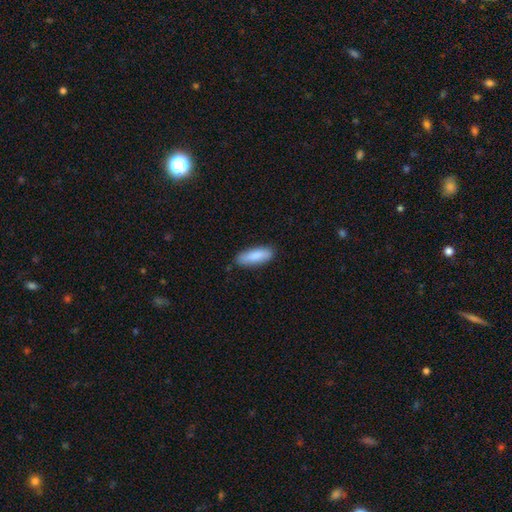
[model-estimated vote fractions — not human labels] A smooth galaxy with no disk features (87%) that is in between round and cigar-shaped (57%).

Vote fractions:
- Smooth or featured? smooth: 87% / featured or disk: 8% / star or artifact: 5%
- How rounded? in between: 57% / cigar-shaped: 42% / round: 2%
- Merging? none: 84% / minor disturbance: 13% / major disturbance: 2% / merger: 1%